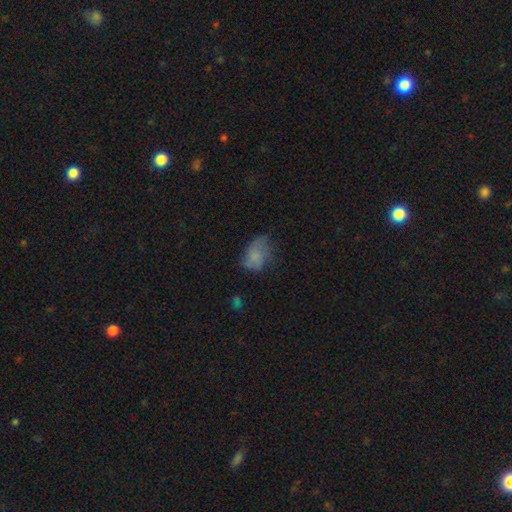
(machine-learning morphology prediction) A smooth galaxy with no disk features (64%) that is in between round and cigar-shaped (78%). Merging: none (34%).